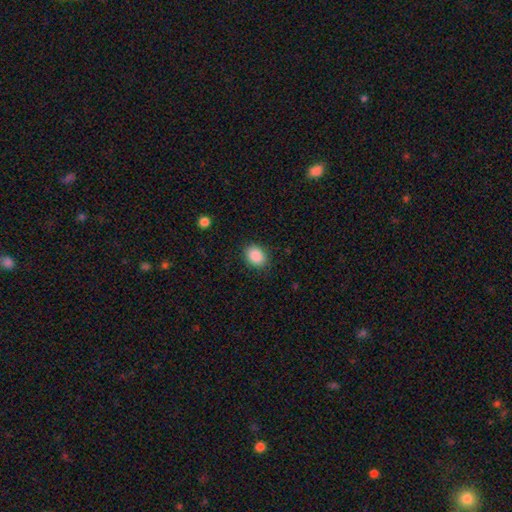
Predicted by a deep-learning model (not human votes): This appears to be a smooth galaxy with no disk features (88%) that is in between round and cigar-shaped (58%). Merging: none (86%).